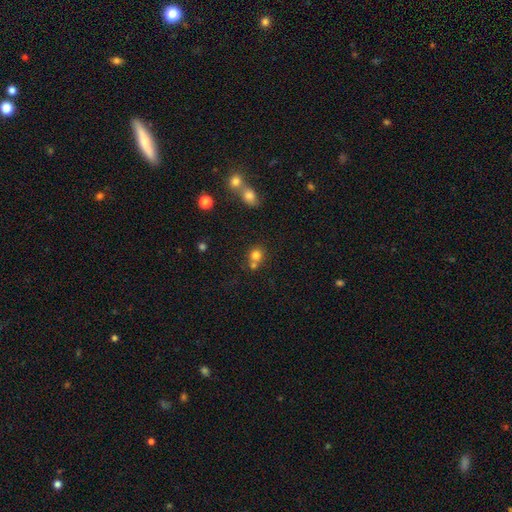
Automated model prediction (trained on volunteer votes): A smooth galaxy with no disk features (78%) that is round (83%). Merging: none (50%).